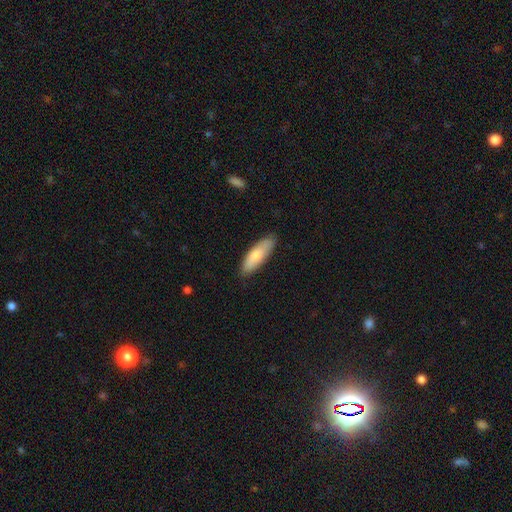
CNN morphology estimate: smooth_or_featured: smooth (p=0.76) [alt: featured or disk p=0.19]
how_rounded: in between (p=0.53) [alt: cigar-shaped p=0.45]
merging: none (p=0.83) [alt: minor disturbance p=0.13]